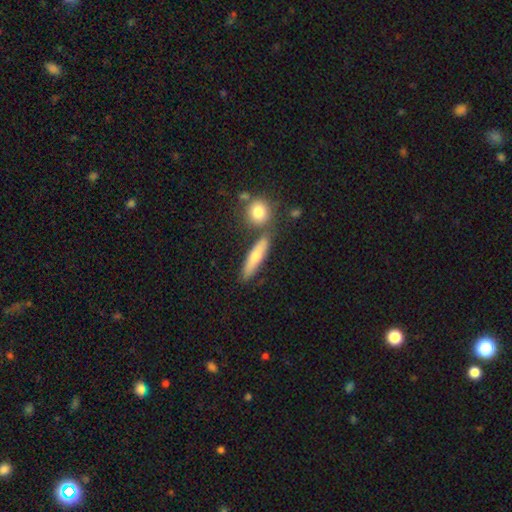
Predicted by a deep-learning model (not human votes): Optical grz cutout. It shows a smooth galaxy with no disk features (71%) that is cigar-shaped (72%). Merging: none (73%).